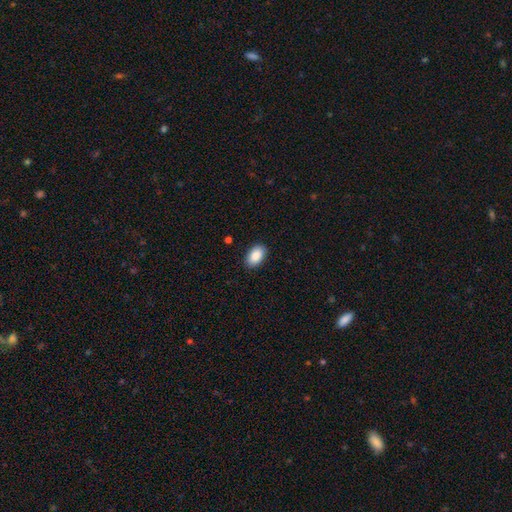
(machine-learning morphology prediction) The model was most divided on "merging": none: 89%, minor disturbance: 9%, major disturbance: 2%, merger: 1%. More confident: how rounded — in between (91%); smooth or featured — smooth (89%).